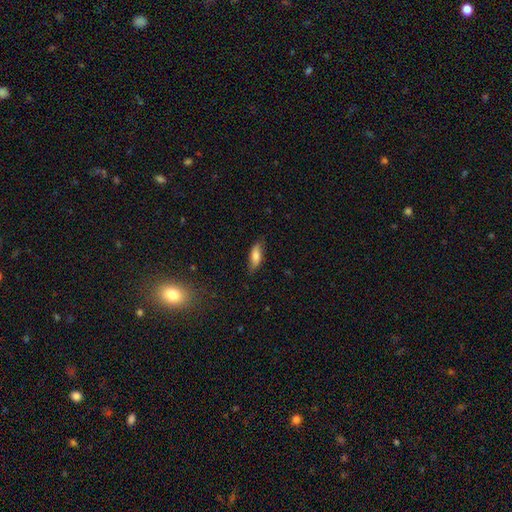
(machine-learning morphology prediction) type=smooth (74%); roundness=in between (65%); merging=none (77%).